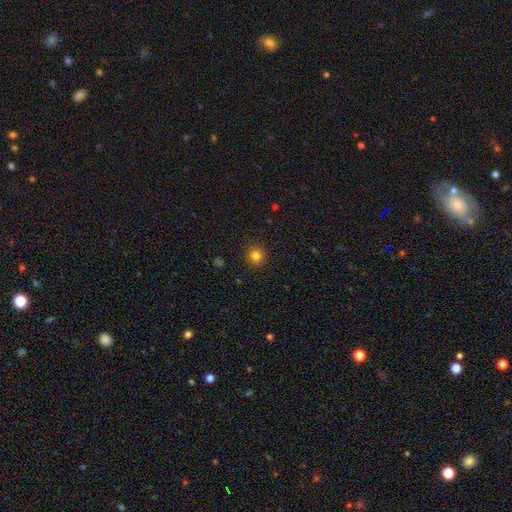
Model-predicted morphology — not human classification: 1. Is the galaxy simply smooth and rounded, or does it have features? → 81% smooth, 13% star or artifact, 6% featured or disk.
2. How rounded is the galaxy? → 91% round, 8% in between, 1% cigar-shaped.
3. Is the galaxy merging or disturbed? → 91% none, 6% minor disturbance, 2% major disturbance, 1% merger.